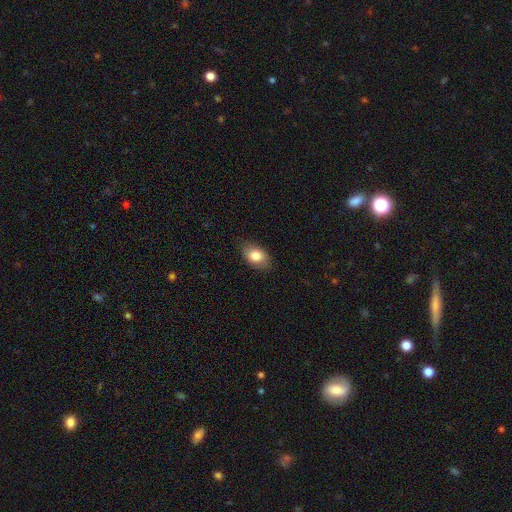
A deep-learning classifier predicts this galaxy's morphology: The model was most divided on "merging": none: 82%, minor disturbance: 14%, major disturbance: 3%, merger: 1%. More confident: how rounded — in between (89%); smooth or featured — smooth (82%).